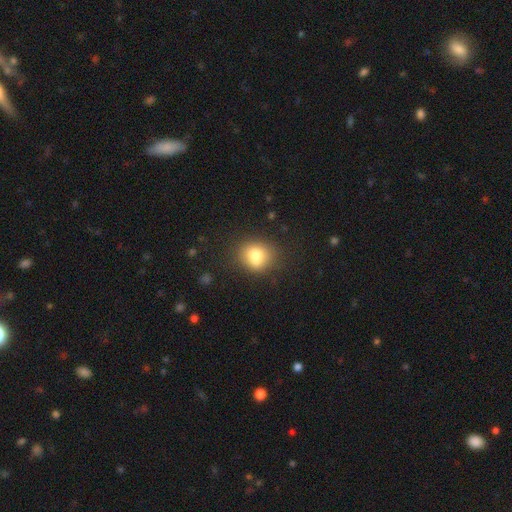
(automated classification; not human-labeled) Smooth or featured: smooth — 79% (star or artifact — 11%)
How rounded: round — 66% (in between — 33%)
Merging: none — 69% (minor disturbance — 18%)